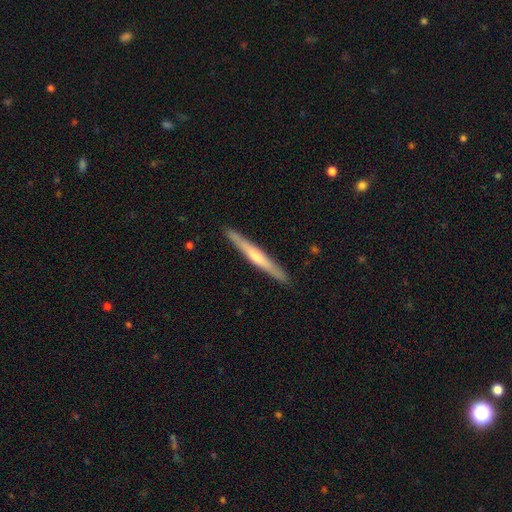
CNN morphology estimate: featured or disk 57%, smooth 38%, star or artifact 5%. Down the decision tree: edge-on disk — yes (97%); edge-on bulge — rounded (48%); merging — none (91%).